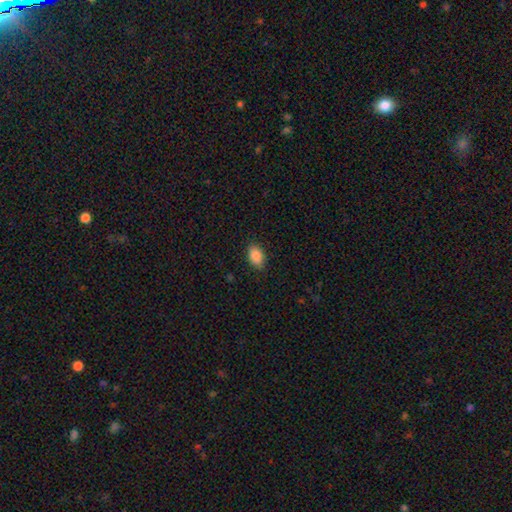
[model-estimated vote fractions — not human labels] Smooth or featured: smooth — 89% (star or artifact — 8%)
How rounded: in between — 91% (round — 7%)
Merging: none — 87% (minor disturbance — 10%)